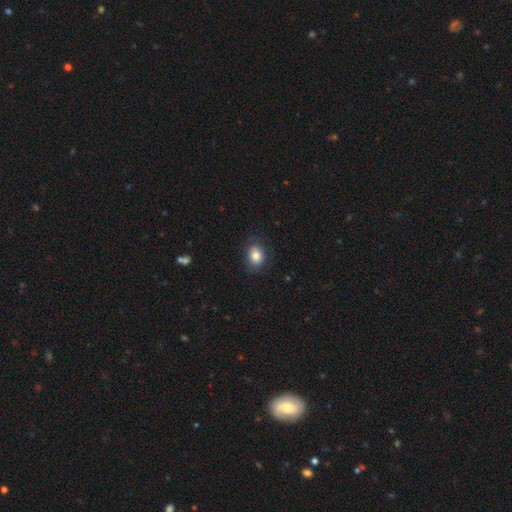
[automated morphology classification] The model was most divided on "how rounded": in between: 54%, round: 45%, cigar-shaped: 1%. More confident: merging — none (81%); smooth or featured — smooth (81%).